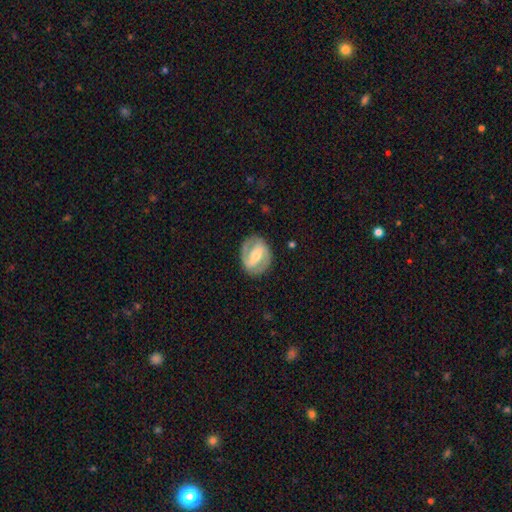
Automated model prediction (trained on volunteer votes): Smooth or featured? Predicted: featured or disk (p=0.79). Edge-on disk? Predicted: no (p=0.96). Bar? Predicted: strong (p=0.52). Spiral arms? Predicted: yes (p=0.84). Spiral winding? Predicted: medium (p=0.46). Spiral arm count? Predicted: 2 (p=0.87). Bulge size? Predicted: moderate (p=0.59). Merging? Predicted: none (p=0.83).